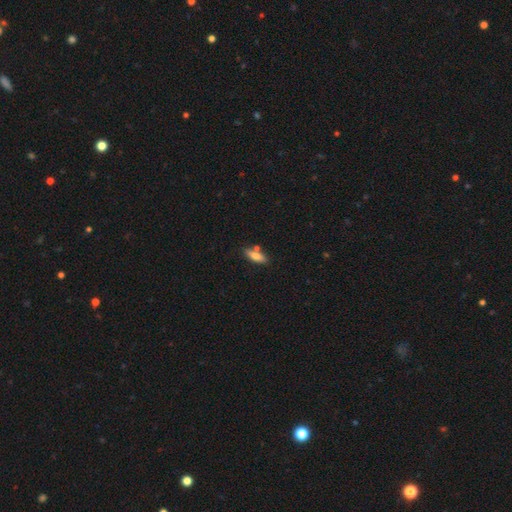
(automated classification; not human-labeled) Morphology: type=smooth (72%); roundness=in between (57%); merging=none (70%).